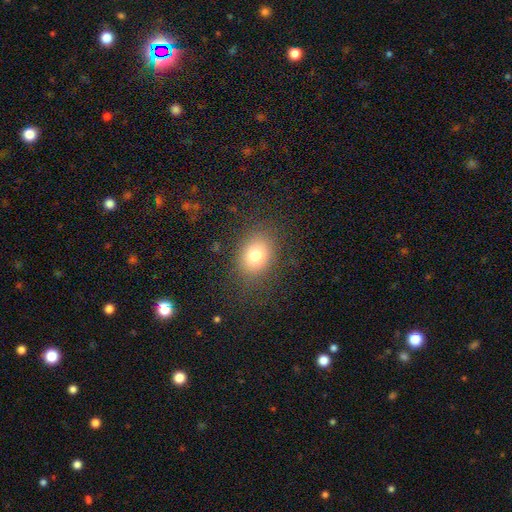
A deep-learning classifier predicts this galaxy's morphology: Smooth or featured?
  - smooth: 78% *
  - star or artifact: 12%
  - featured or disk: 10%
How rounded?
  - in between: 58% *
  - round: 41%
  - cigar-shaped: 1%
Merging?
  - none: 81% *
  - minor disturbance: 12%
  - major disturbance: 6%
  - merger: 1%